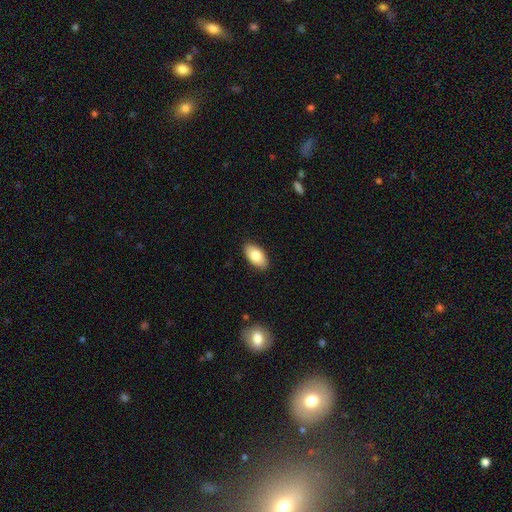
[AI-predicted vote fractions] smooth-or-featured: smooth: 81% | featured or disk: 13% | star or artifact: 6%
  how-rounded: in between: 94% | round: 3% | cigar-shaped: 2%
  merging: none: 89% | minor disturbance: 8% | major disturbance: 2% | merger: 1%